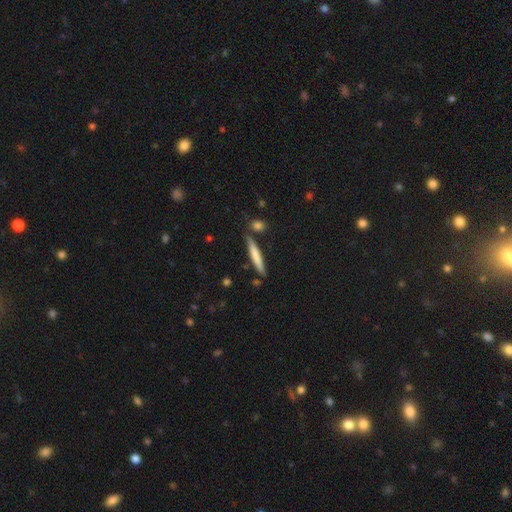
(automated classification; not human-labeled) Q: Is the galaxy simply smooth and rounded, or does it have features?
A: smooth — 68%.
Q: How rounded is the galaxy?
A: cigar-shaped — 94%.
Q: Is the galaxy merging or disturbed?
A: none — 83%.